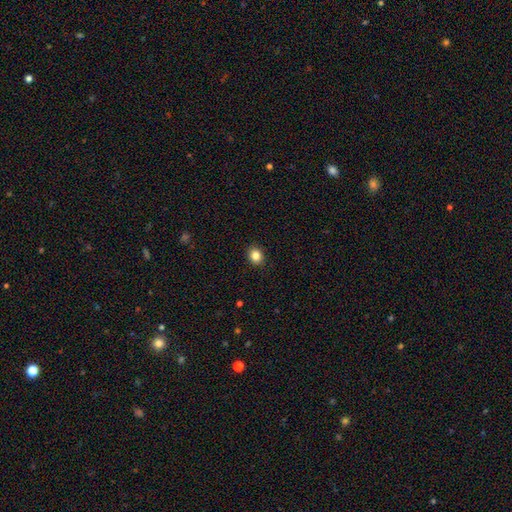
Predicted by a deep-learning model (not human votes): A smooth galaxy with no disk features (85%) that is round (66%).

Vote fractions:
- Smooth or featured? smooth: 85% / star or artifact: 11% / featured or disk: 5%
- How rounded? round: 66% / in between: 33% / cigar-shaped: 1%
- Merging? none: 91% / minor disturbance: 6% / major disturbance: 2% / merger: 1%